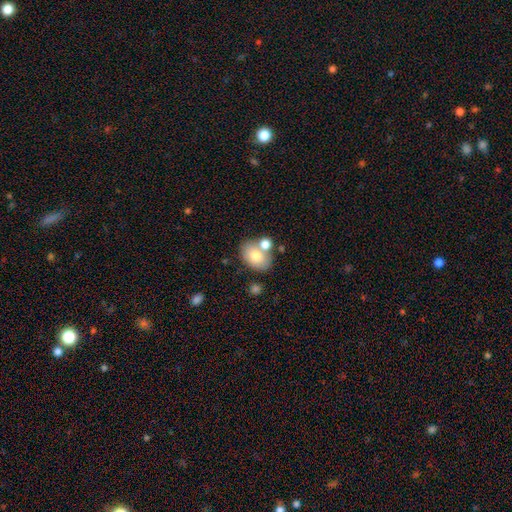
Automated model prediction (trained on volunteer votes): Q: Smooth or featured?
A: smooth (76%); runner-up: featured or disk (16%)
Q: How rounded?
A: in between (80%); runner-up: round (18%)
Q: Merging?
A: none (58%); runner-up: merger (24%)